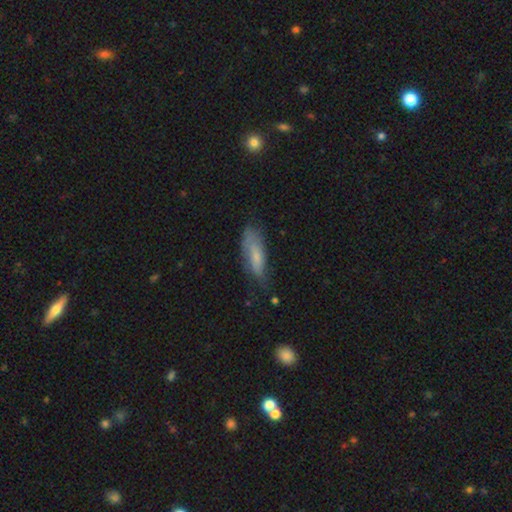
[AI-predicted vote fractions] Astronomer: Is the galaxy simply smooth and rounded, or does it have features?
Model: smooth — 62%.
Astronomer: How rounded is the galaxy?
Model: in between — 62%.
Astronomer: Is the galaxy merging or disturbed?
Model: none — 52% (runner-up: minor disturbance, 33%).